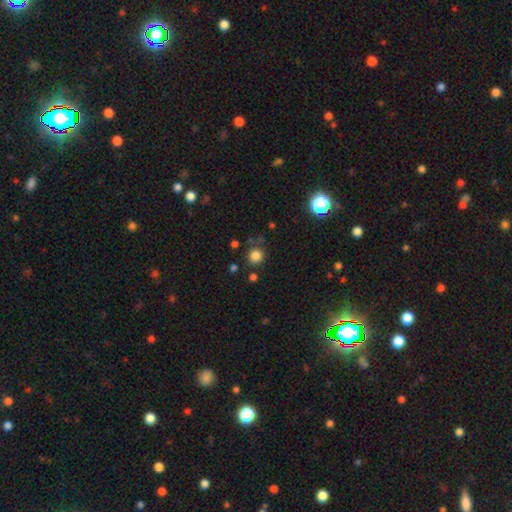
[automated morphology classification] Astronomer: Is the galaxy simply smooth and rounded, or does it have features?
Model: smooth — 81%.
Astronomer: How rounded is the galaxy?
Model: round — 92%.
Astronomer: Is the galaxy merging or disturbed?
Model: none — 81%.